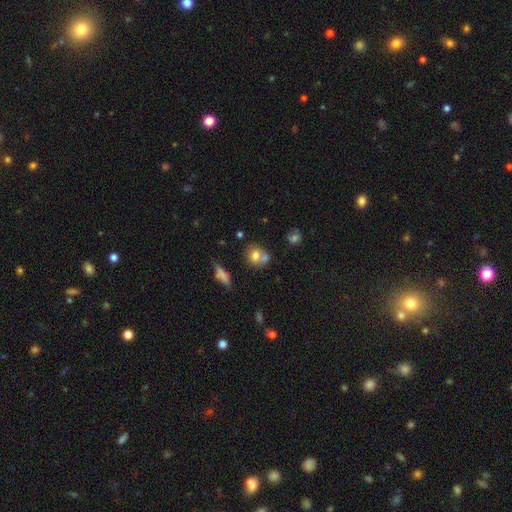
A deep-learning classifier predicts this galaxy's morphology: smooth-or-featured: smooth: 70% | featured or disk: 18% | star or artifact: 11%
  how-rounded: round: 63% | in between: 35% | cigar-shaped: 2%
  merging: merger: 44% | none: 40% | minor disturbance: 11% | major disturbance: 4%